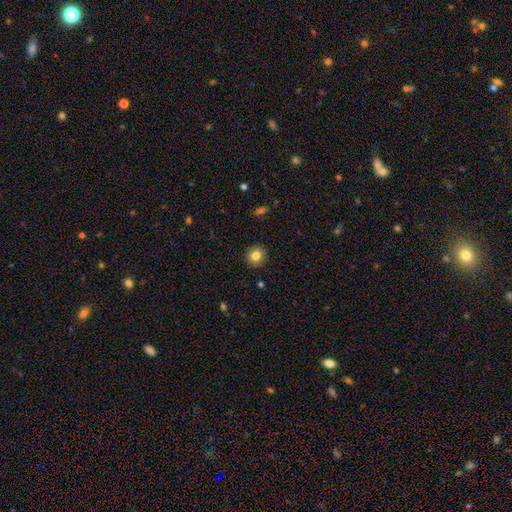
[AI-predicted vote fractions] Smooth or featured: smooth — 83% (star or artifact — 10%)
How rounded: round — 88% (in between — 11%)
Merging: none — 92% (minor disturbance — 6%)